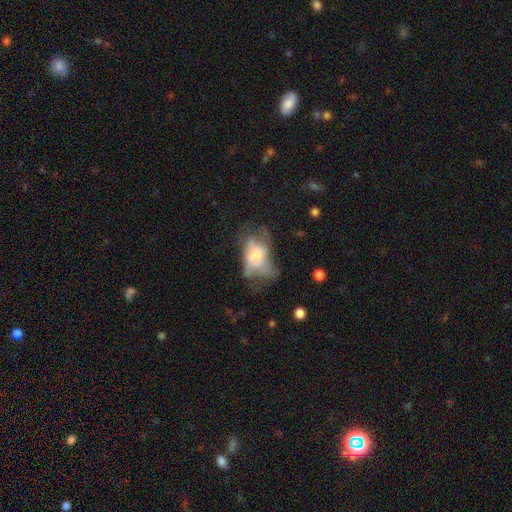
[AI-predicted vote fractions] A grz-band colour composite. It shows a smooth galaxy with no disk features (49%). Merging: major disturbance (48%).